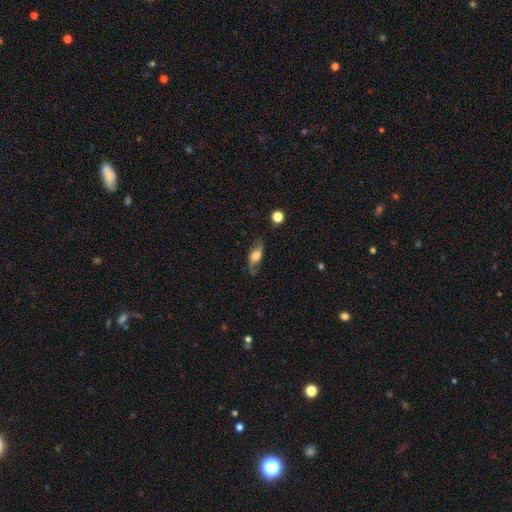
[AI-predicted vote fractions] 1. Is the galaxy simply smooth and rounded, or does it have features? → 49% featured or disk, 43% smooth, 8% star or artifact.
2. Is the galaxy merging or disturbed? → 68% none, 21% minor disturbance, 9% major disturbance, 2% merger.